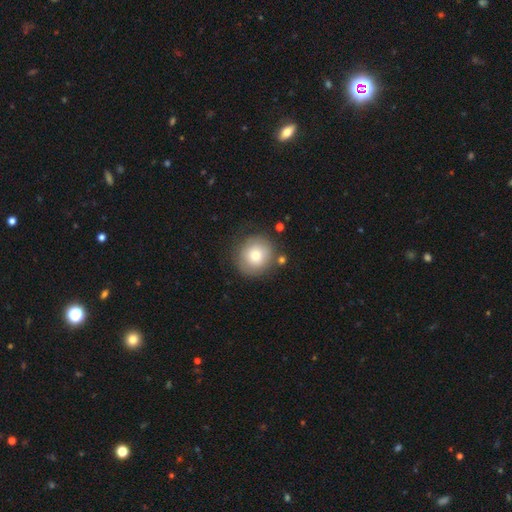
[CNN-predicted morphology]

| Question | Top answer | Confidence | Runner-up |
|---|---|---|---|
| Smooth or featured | smooth | 75% | featured or disk (17%) |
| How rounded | round | 91% | in between (8%) |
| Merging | none | 79% | minor disturbance (12%) |